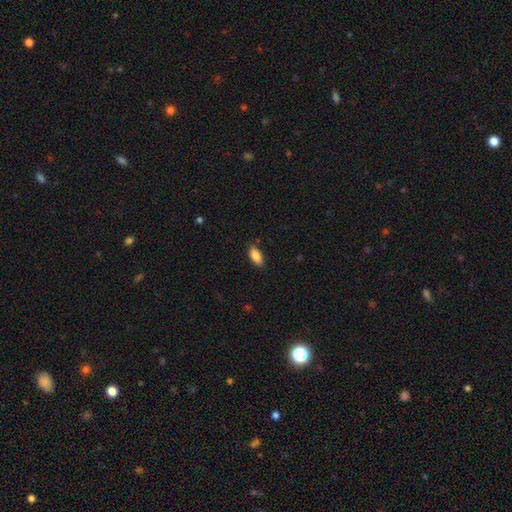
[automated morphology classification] This is clearly a smooth galaxy (87%). How rounded: clearly in between (91%). Merging: clearly none (85%).